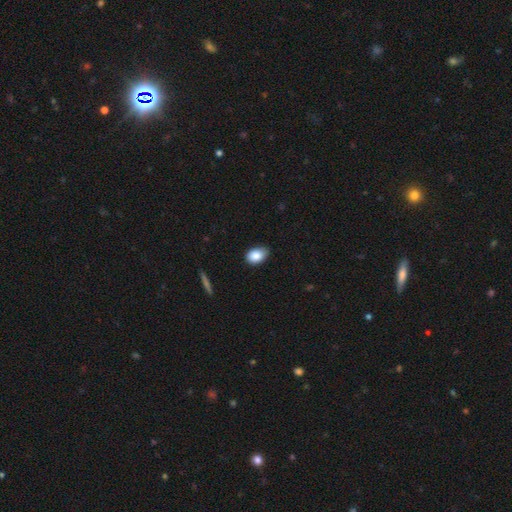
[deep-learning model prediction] smooth 87%, star or artifact 8%, featured or disk 6%. Down the decision tree: how rounded — in between (85%); merging — none (77%).